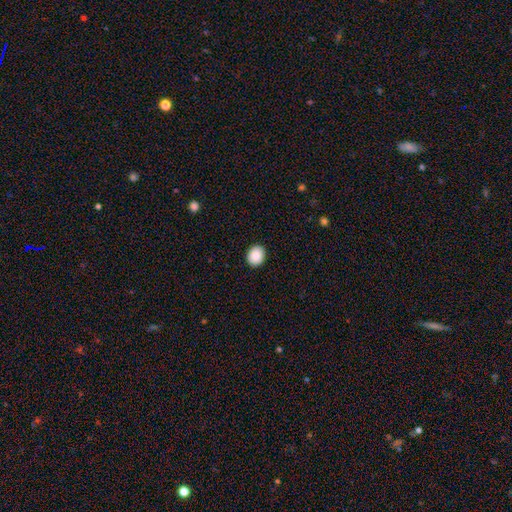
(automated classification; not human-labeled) The model was most divided on "how rounded": round: 58%, in between: 41%, cigar-shaped: 1%. More confident: merging — none (91%); smooth or featured — smooth (88%).